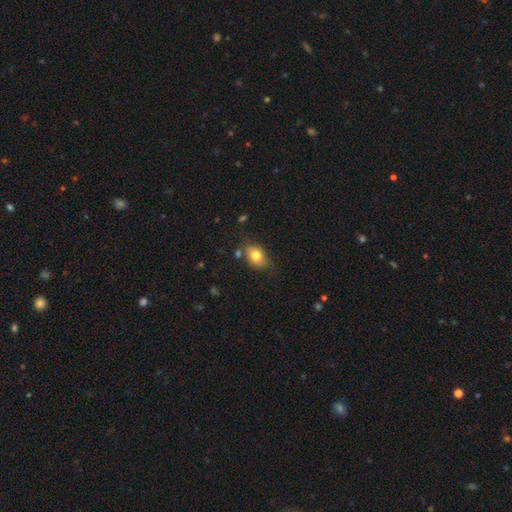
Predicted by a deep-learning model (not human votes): Smooth or featured: smooth — 78% (featured or disk — 13%)
How rounded: in between — 78% (round — 20%)
Merging: none — 69% (minor disturbance — 21%)